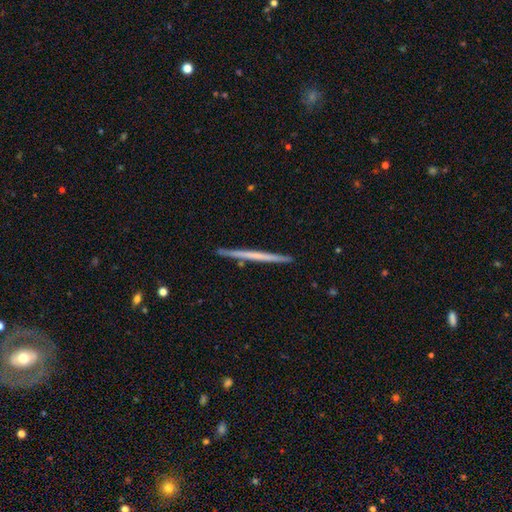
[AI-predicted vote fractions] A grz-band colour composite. It shows a featured or disk galaxy (53%) viewed edge-on (98%) with no central bulge (91%). Merging: none (92%).